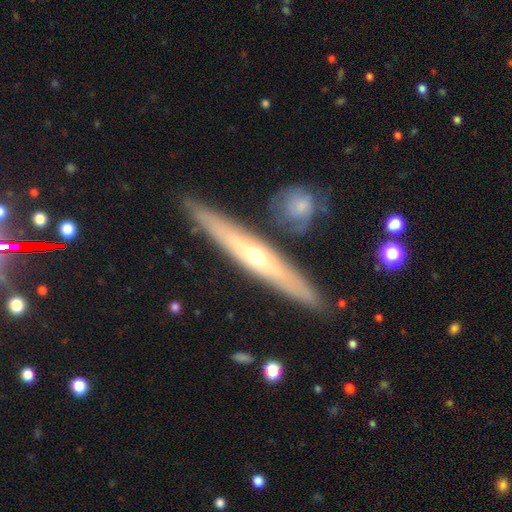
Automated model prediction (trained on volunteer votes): Smooth or featured? Predicted: featured or disk (p=0.68). Edge-on disk? Predicted: yes (p=0.89). Edge-on bulge? Predicted: rounded (p=0.76). Merging? Predicted: none (p=0.86).